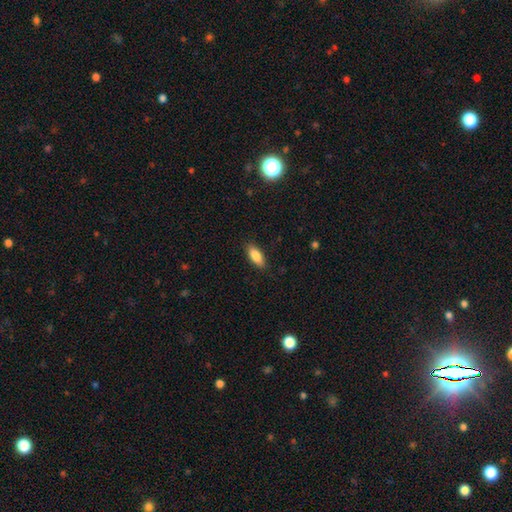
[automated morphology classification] A smooth galaxy with no disk features (86%) that is in between round and cigar-shaped (78%).

Vote fractions:
- Smooth or featured? smooth: 86% / featured or disk: 8% / star or artifact: 7%
- How rounded? in between: 78% / cigar-shaped: 20% / round: 2%
- Merging? none: 87% / minor disturbance: 10% / major disturbance: 2% / merger: 1%